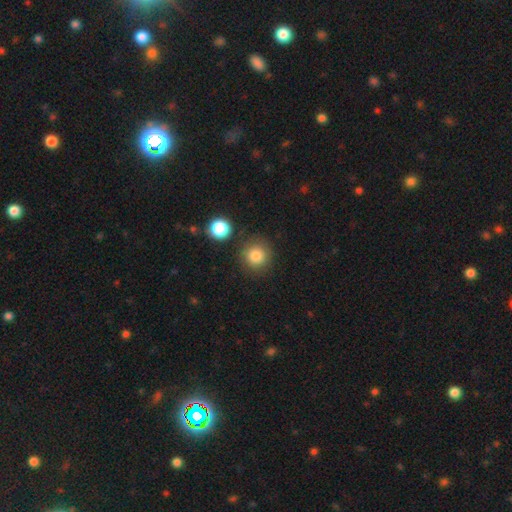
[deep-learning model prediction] Smooth or featured? smooth (84%)
How rounded? round (92%)
Merging? none (82%)